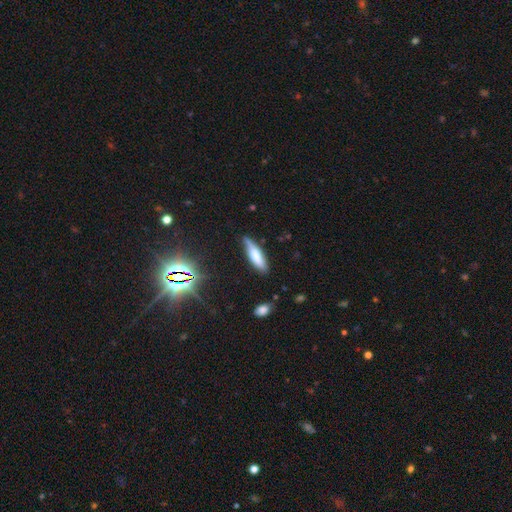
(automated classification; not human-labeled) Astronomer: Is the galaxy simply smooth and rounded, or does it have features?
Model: smooth — 63%.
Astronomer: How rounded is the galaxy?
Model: cigar-shaped — 58% (runner-up: in between, 40%).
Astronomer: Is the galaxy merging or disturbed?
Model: none — 70%.